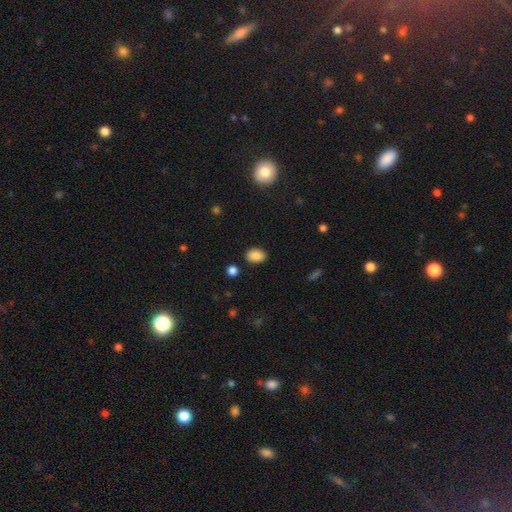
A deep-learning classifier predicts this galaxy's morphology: Smooth or featured? Predicted: smooth (p=0.87). How rounded? Predicted: in between (p=0.83). Merging? Predicted: none (p=0.86).